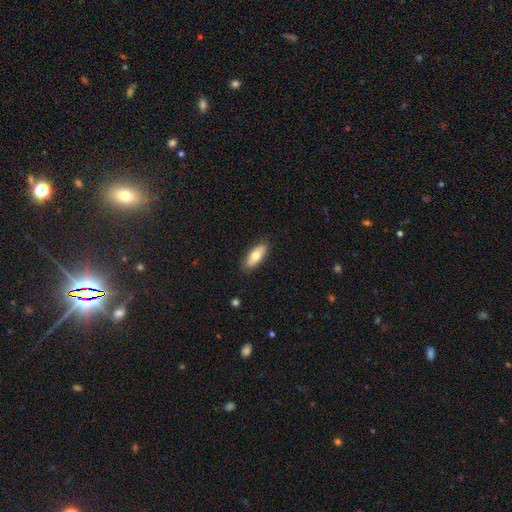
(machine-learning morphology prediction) Overall: smooth (70%). How rounded: in between (74%). Merging: none (86%).